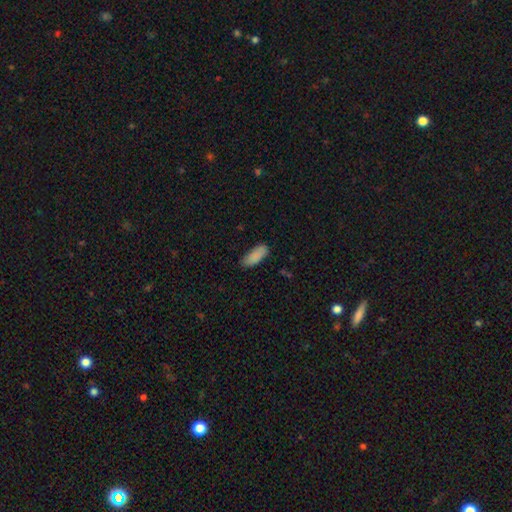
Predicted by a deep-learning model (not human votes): Smooth or featured? smooth (89%)
How rounded? in between (81%)
Merging? none (80%)